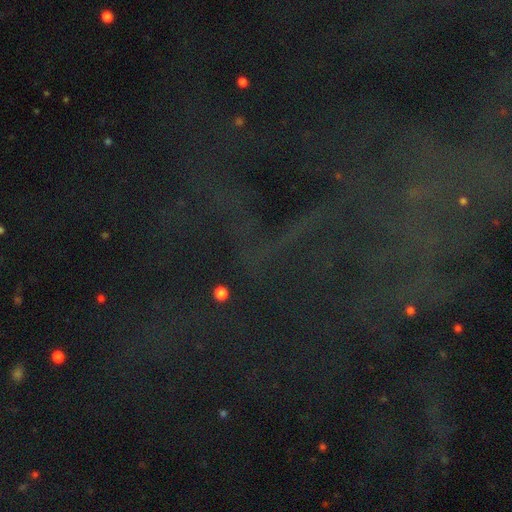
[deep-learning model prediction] Smooth or featured? Predicted: star or artifact (p=0.78).